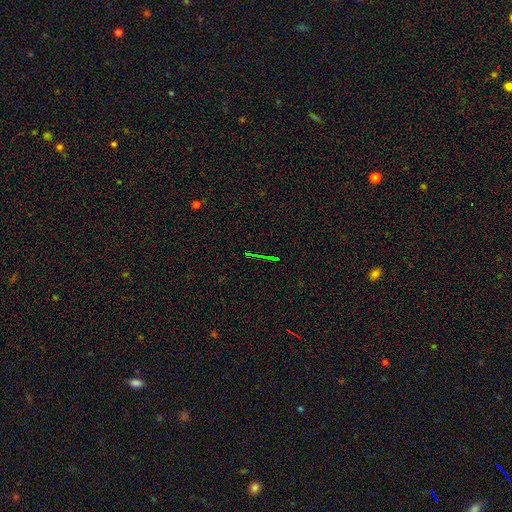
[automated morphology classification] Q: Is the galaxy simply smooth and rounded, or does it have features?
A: star or artifact — 75%.